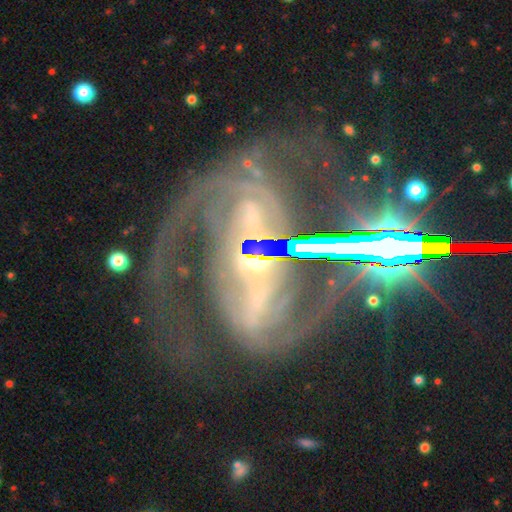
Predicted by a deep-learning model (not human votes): The model was most divided on "merging": major disturbance: 32%, merger: 30%, none: 26%, minor disturbance: 11%. Remaining: edge-on disk — no (91%); spiral arms — yes (81%); smooth or featured — featured or disk (79%); spiral arm count — 2 (70%); bar — strong (52%); bulge size — small (45%); spiral winding — medium (41%).